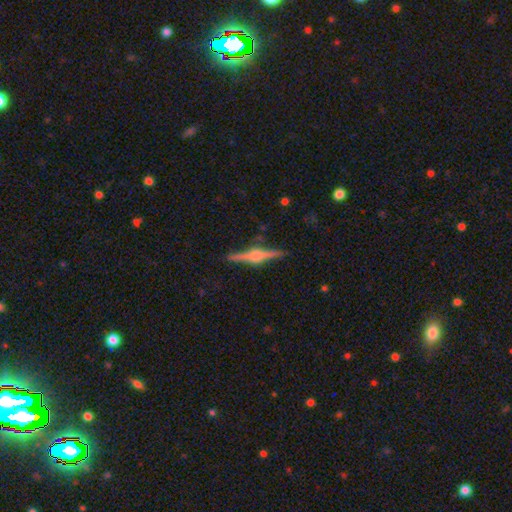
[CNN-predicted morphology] This is clearly a featured or disk galaxy (83%). It is clearly viewed edge-on (98%). Edge-on bulge: clearly rounded (90%). Merging: clearly none (90%).